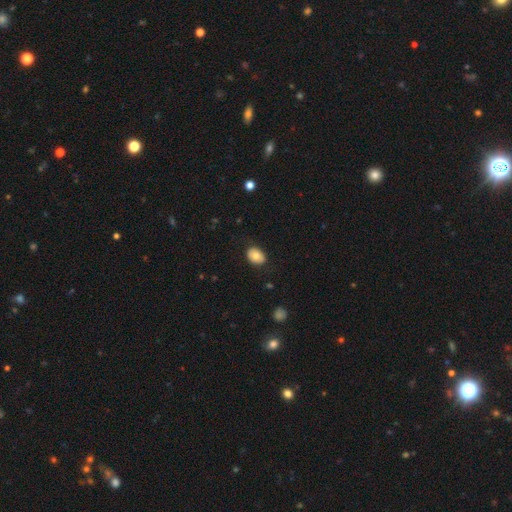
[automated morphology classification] This appears to be a smooth galaxy with no disk features (77%) that is in between round and cigar-shaped (70%). Merging: none (83%).